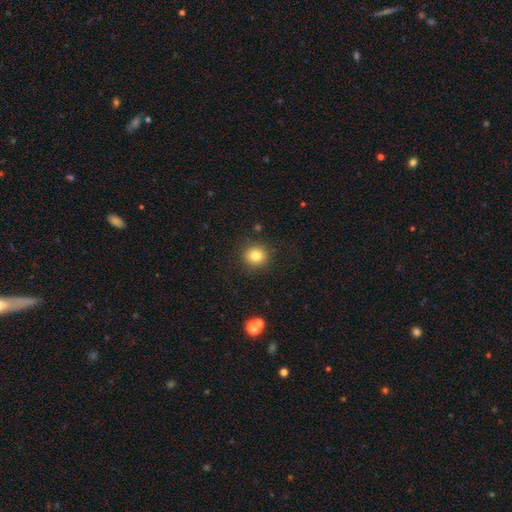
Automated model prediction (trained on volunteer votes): Q: Smooth or featured?
A: smooth (80%); runner-up: star or artifact (12%)
Q: How rounded?
A: round (91%); runner-up: in between (8%)
Q: Merging?
A: none (89%); runner-up: minor disturbance (7%)